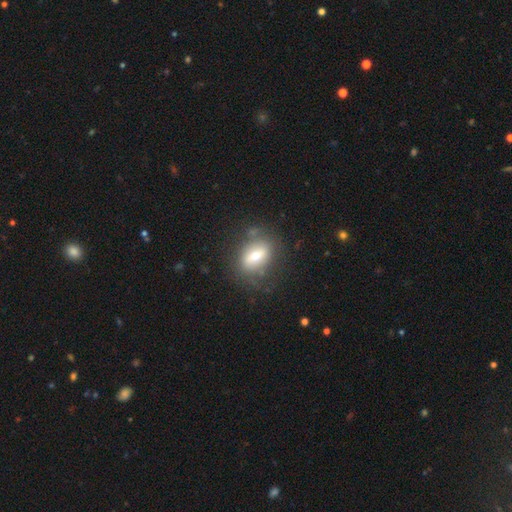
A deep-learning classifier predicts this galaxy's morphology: Smooth or featured? smooth (54%)
How rounded? in between (68%)
Merging? none (70%)